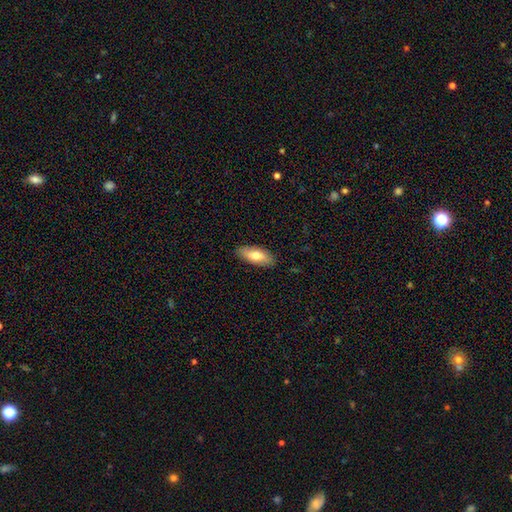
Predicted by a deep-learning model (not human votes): Overall: smooth (73%). How rounded: in between (80%). Merging: none (88%).